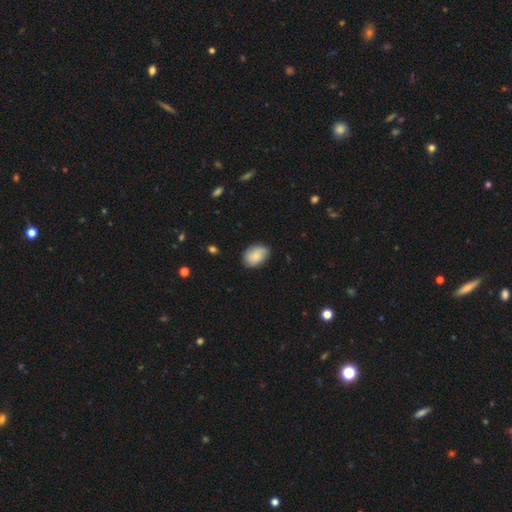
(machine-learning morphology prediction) This appears to be a smooth galaxy with no disk features (80%) that is in between round and cigar-shaped (84%). Merging: none (80%).